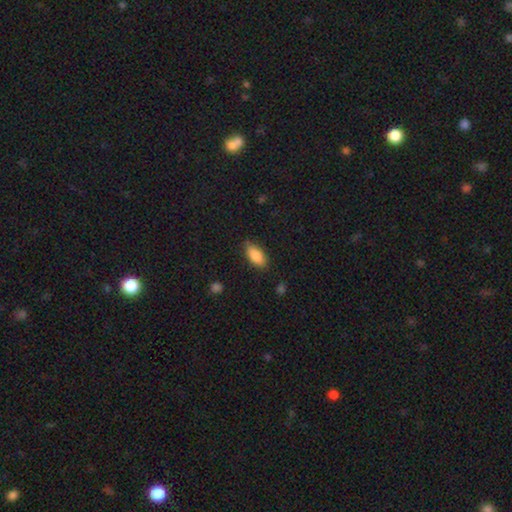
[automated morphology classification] smooth_or_featured: smooth (p=0.84) [alt: featured or disk p=0.09]
how_rounded: in between (p=0.83) [alt: cigar-shaped p=0.15]
merging: none (p=0.81) [alt: minor disturbance p=0.15]